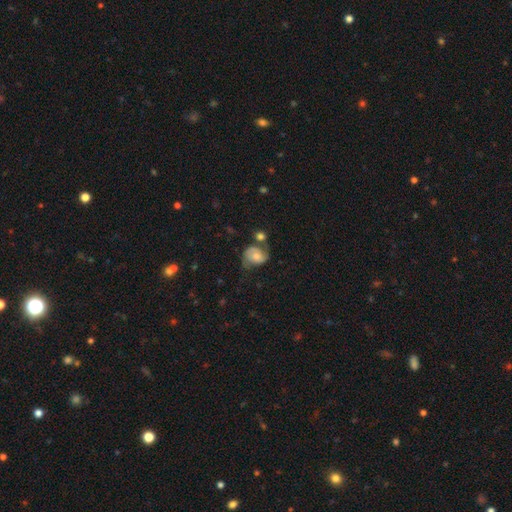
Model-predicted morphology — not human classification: Smooth or featured? featured or disk (56%)
Edge-on disk? no (97%)
Bar? no (67%)
Spiral arms? yes (87%)
Bulge size? moderate (46%)
Merging? none (43%)